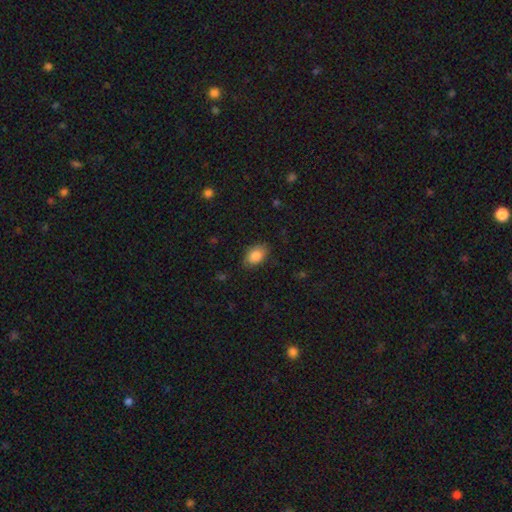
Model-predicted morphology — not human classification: A smooth galaxy with no disk features (85%) that is in between round and cigar-shaped (86%). Merging: none (81%).